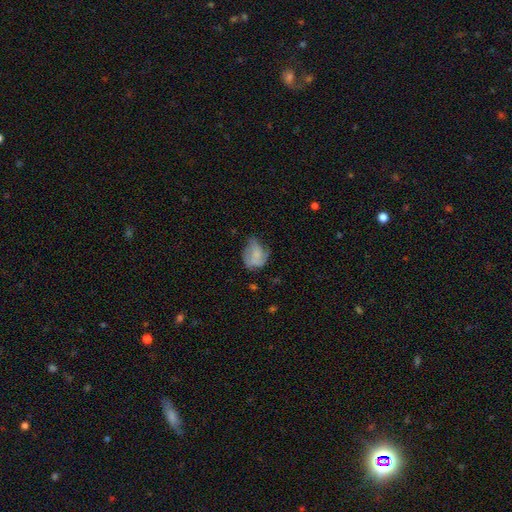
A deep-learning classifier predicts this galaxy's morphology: Smooth or featured?
  - smooth: 53% *
  - featured or disk: 37%
  - star or artifact: 10%
How rounded?
  - in between: 54% *
  - round: 45%
  - cigar-shaped: 1%
Merging?
  - none: 38% *
  - minor disturbance: 33%
  - major disturbance: 26%
  - merger: 2%